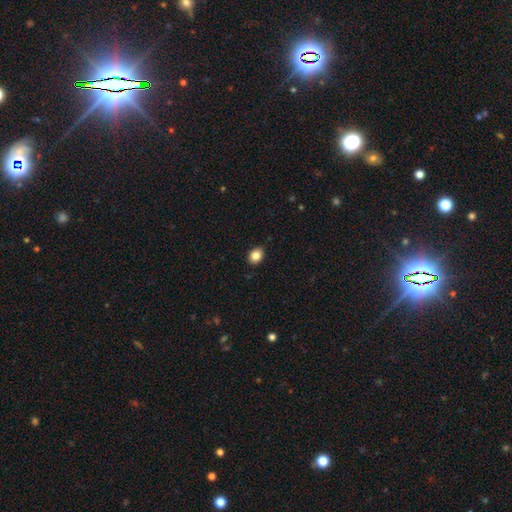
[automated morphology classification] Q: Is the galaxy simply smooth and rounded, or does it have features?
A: smooth — 85%.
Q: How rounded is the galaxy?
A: in between — 54%.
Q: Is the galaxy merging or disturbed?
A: none — 88%.